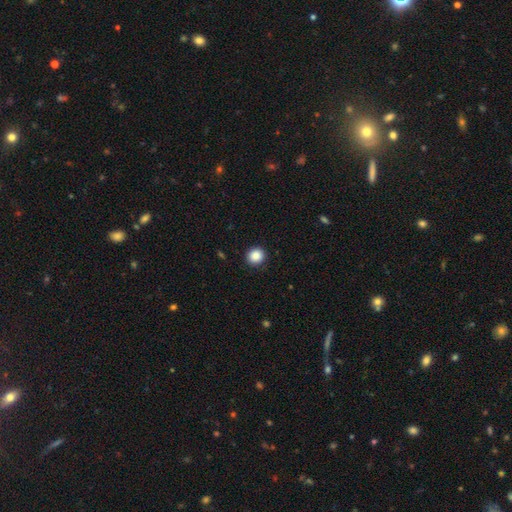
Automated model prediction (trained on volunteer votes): A smooth galaxy with no disk features (88%) that is round (86%).

Vote fractions:
- Smooth or featured? smooth: 88% / star or artifact: 9% / featured or disk: 3%
- How rounded? round: 86% / in between: 13% / cigar-shaped: 1%
- Merging? none: 91% / minor disturbance: 6% / major disturbance: 2% / merger: 1%